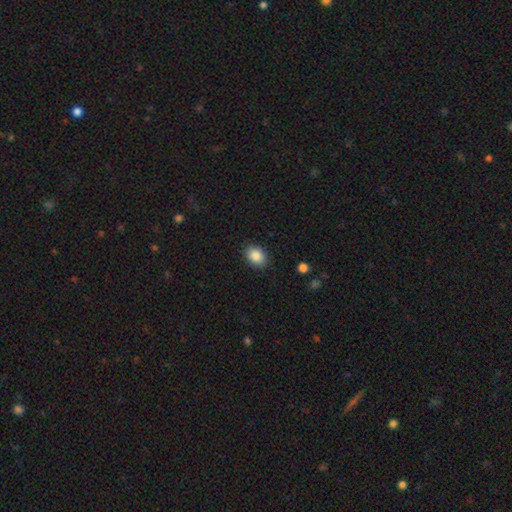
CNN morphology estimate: The model was most divided on "how rounded": in between: 73%, round: 26%, cigar-shaped: 1%. More confident: merging — none (88%); smooth or featured — smooth (88%).